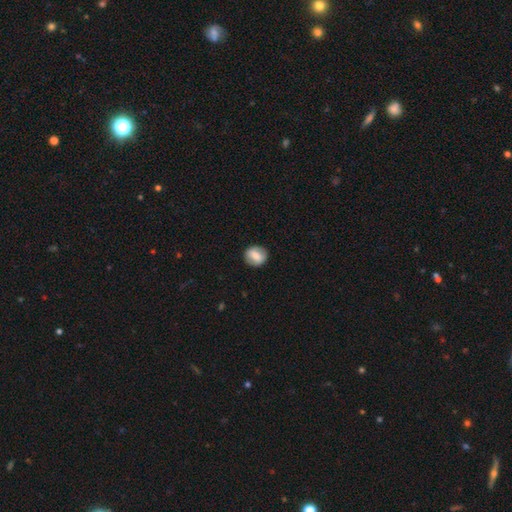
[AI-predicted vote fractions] smooth-or-featured: smooth: 69% | featured or disk: 23% | star or artifact: 8%
  how-rounded: round: 74% | in between: 25% | cigar-shaped: 1%
  merging: none: 87% | minor disturbance: 9% | major disturbance: 3% | merger: 1%